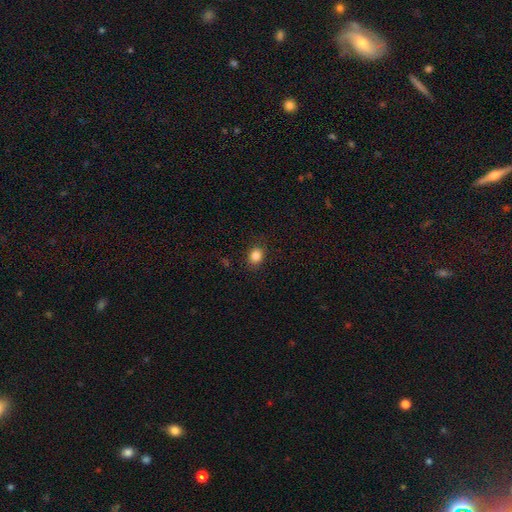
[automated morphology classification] Smooth or featured? Predicted: smooth (p=0.84). How rounded? Predicted: round (p=0.55). Merging? Predicted: none (p=0.87).